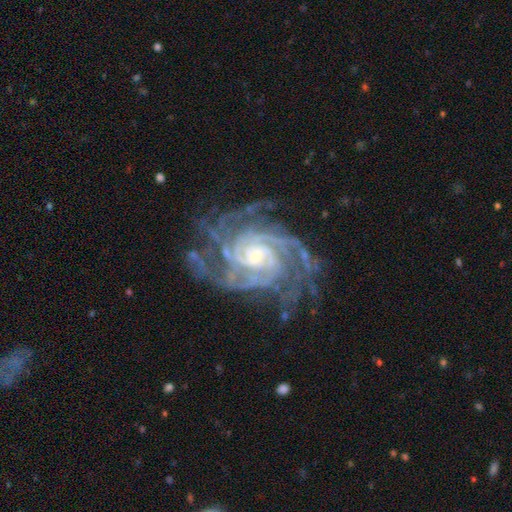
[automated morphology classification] Smooth or featured? featured or disk (92%)
Edge-on disk? no (98%)
Bar? no (61%)
Spiral arms? yes (98%)
Spiral winding? tight (70%)
Spiral arm count? 4 (28%)
Bulge size? small (75%)
Merging? none (70%)